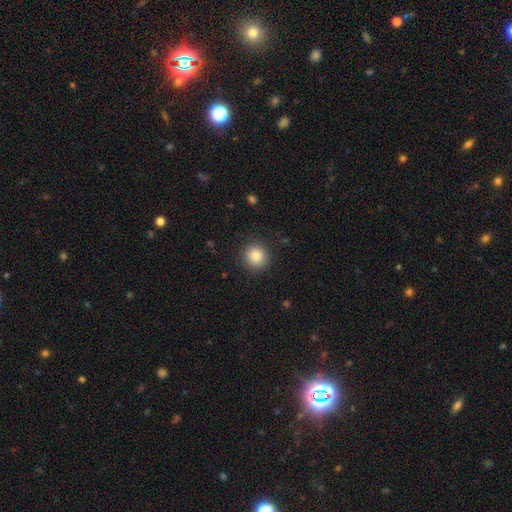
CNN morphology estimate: Smooth or featured?
  - smooth: 86% *
  - star or artifact: 9%
  - featured or disk: 5%
How rounded?
  - round: 92% *
  - in between: 7%
  - cigar-shaped: 1%
Merging?
  - none: 89% *
  - minor disturbance: 7%
  - major disturbance: 3%
  - merger: 1%